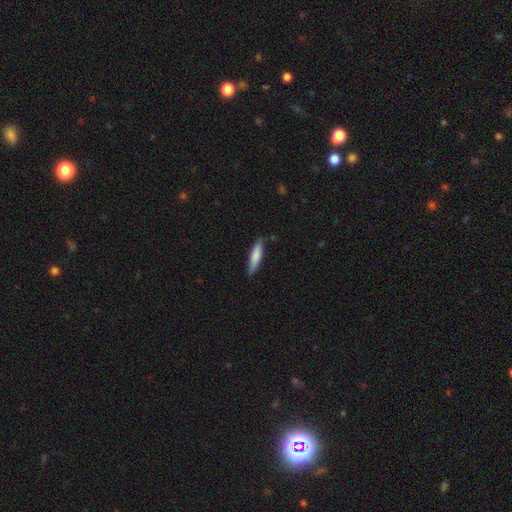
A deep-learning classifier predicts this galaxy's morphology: Smooth or featured? smooth (78%)
How rounded? cigar-shaped (80%)
Merging? none (83%)